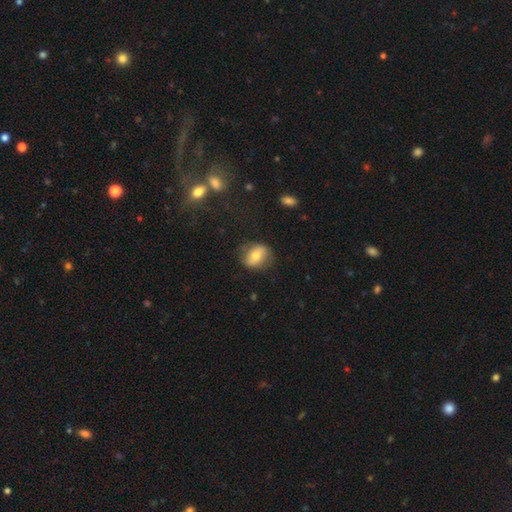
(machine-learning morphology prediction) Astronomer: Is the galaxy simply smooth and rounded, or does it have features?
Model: smooth — 62%.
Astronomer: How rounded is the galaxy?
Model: in between — 51% (runner-up: round, 47%).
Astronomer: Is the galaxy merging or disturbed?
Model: none — 76%.